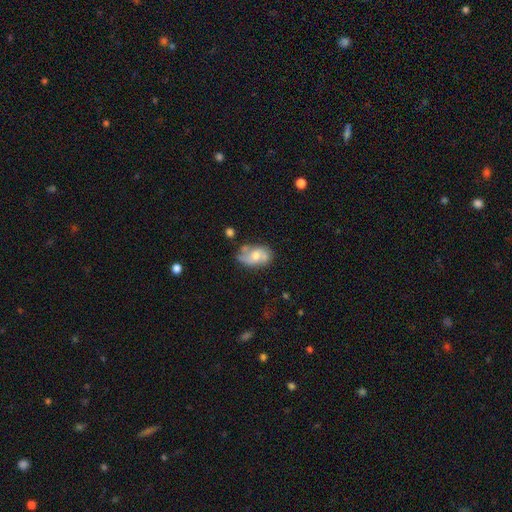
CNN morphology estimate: type=featured or disk (51%); edge-on=no (95%); merging=none (49%).